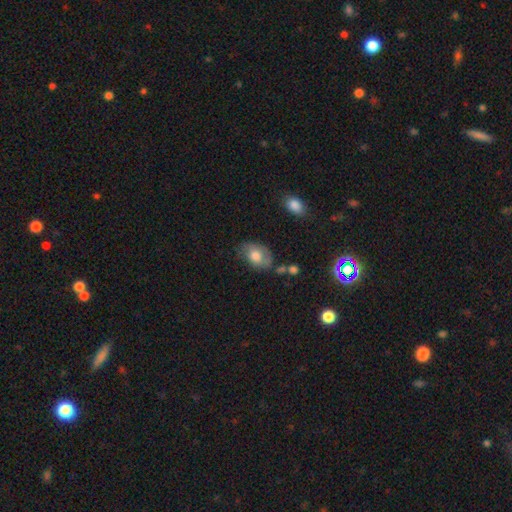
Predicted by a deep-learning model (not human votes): Overall: smooth (61%; featured or disk 31%). How rounded: in between (80%). Merging: none (52%; minor disturbance 30%).